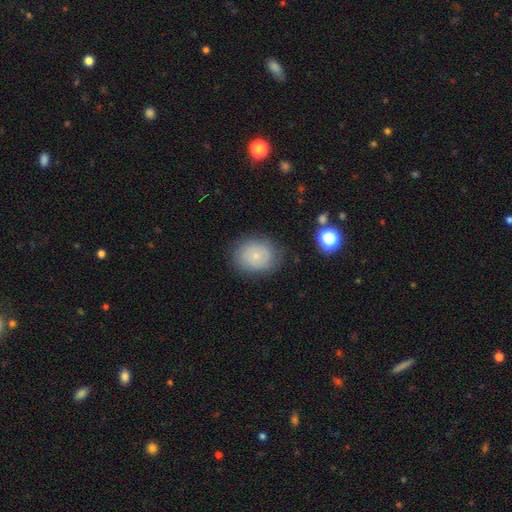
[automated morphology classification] This appears to be a smooth galaxy with no disk features (64%) that is in between round and cigar-shaped (51%). Merging: none (78%).